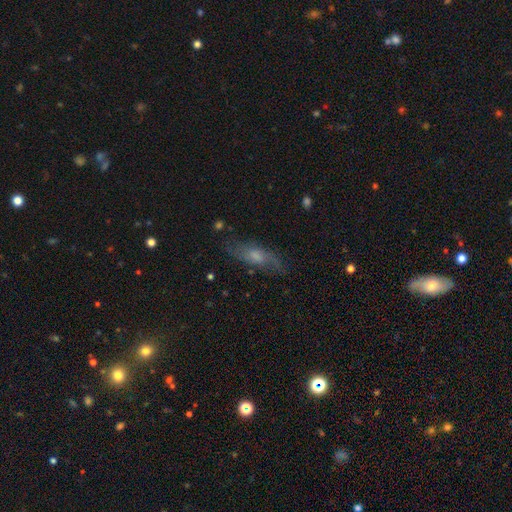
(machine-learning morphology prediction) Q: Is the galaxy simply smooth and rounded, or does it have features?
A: featured or disk — 54%.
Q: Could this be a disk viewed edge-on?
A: no — 66%.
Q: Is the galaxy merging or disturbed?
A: none — 73%.